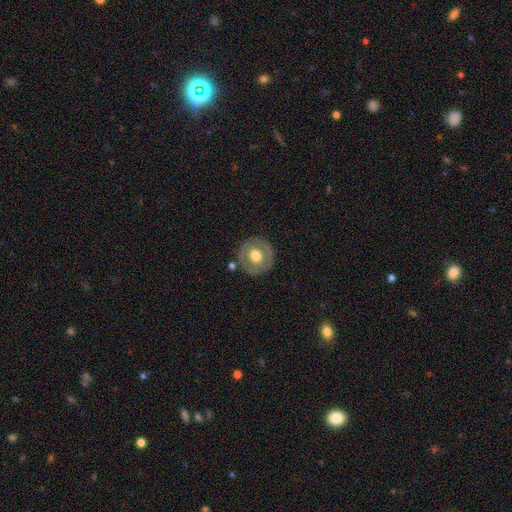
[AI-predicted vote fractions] A smooth galaxy with no disk features (48%).

Vote fractions:
- Smooth or featured? smooth: 48% / featured or disk: 46% / star or artifact: 6%
- Merging? none: 81% / minor disturbance: 11% / major disturbance: 4% / merger: 4%